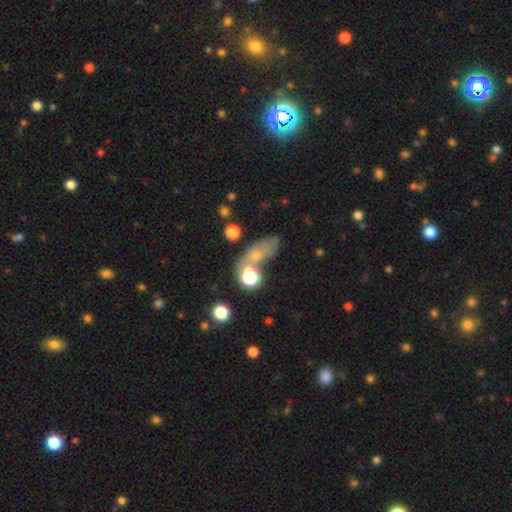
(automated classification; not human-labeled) Q: Smooth or featured?
A: smooth (55%); runner-up: star or artifact (24%)
Q: How rounded?
A: in between (62%); runner-up: round (22%)
Q: Merging?
A: none (47%); runner-up: merger (21%)